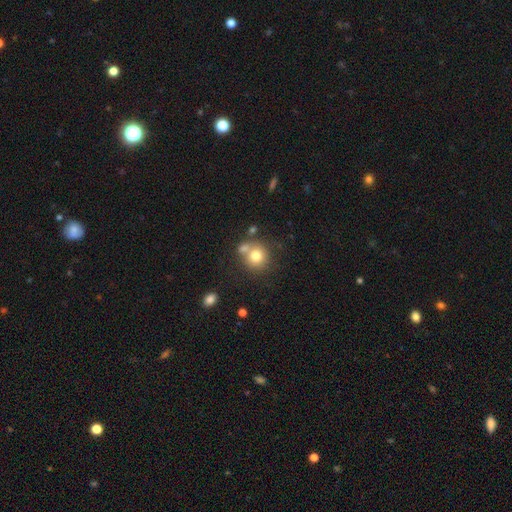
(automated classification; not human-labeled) A smooth galaxy with no disk features (76%) that is round (88%).

Vote fractions:
- Smooth or featured? smooth: 76% / featured or disk: 13% / star or artifact: 11%
- How rounded? round: 88% / in between: 11% / cigar-shaped: 1%
- Merging? none: 56% / merger: 29% / minor disturbance: 11% / major disturbance: 4%